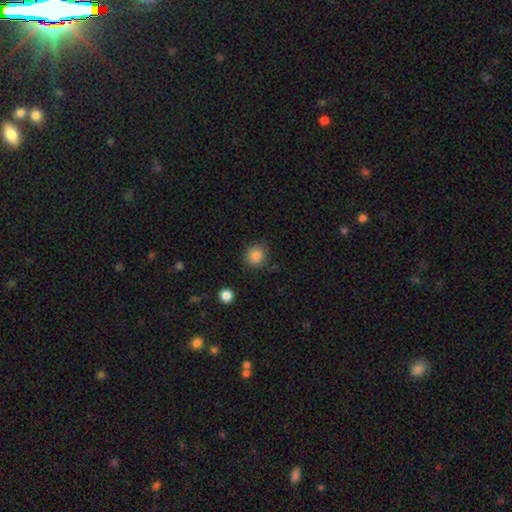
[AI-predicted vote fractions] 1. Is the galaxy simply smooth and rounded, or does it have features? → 86% smooth, 10% star or artifact, 4% featured or disk.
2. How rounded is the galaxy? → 88% round, 11% in between, 1% cigar-shaped.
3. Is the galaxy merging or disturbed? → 85% none, 10% minor disturbance, 3% major disturbance, 2% merger.